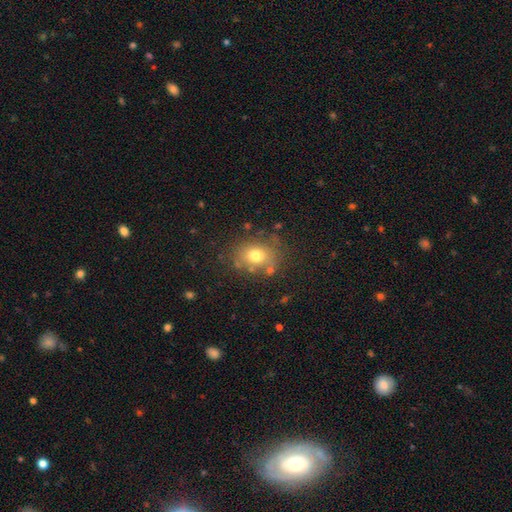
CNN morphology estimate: A smooth galaxy with no disk features (72%) that is round (55%).

Vote fractions:
- Smooth or featured? smooth: 72% / star or artifact: 14% / featured or disk: 14%
- How rounded? round: 55% / in between: 44% / cigar-shaped: 1%
- Merging? none: 74% / minor disturbance: 15% / major disturbance: 6% / merger: 5%